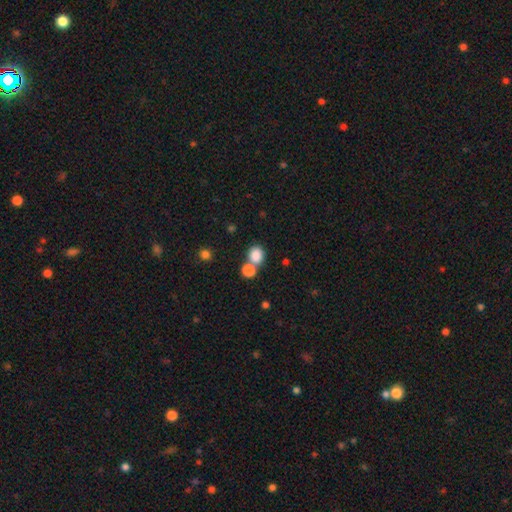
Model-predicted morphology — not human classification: Overall: smooth (84%). How rounded: round (69%; in between 30%). Merging: none (53%; merger 35%).